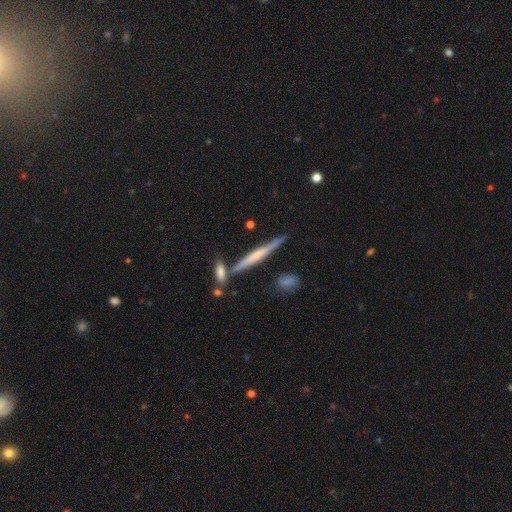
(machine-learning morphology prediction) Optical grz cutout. It shows a featured or disk galaxy (57%) viewed edge-on (96%) with no central bulge (54%). Merging: none (74%).